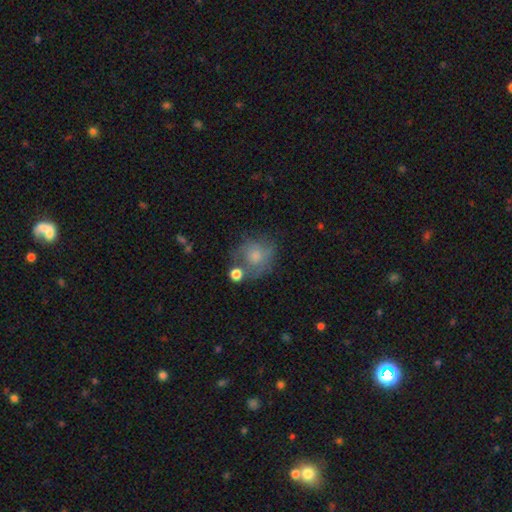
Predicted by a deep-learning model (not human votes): This is likely a smooth galaxy (63%). How rounded: likely round (79%). Merging: possibly none (48%).